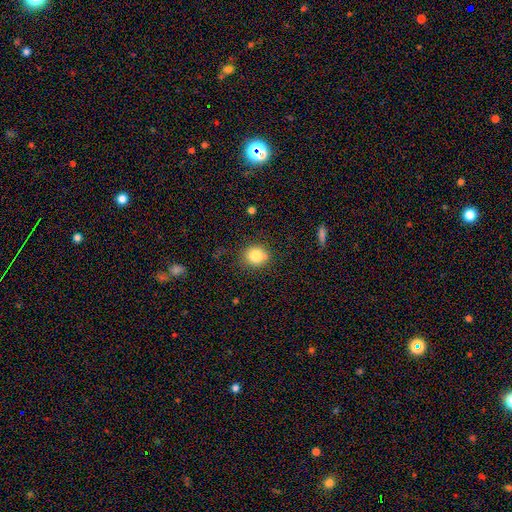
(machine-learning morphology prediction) type=smooth (82%); roundness=round (81%); merging=none (78%).